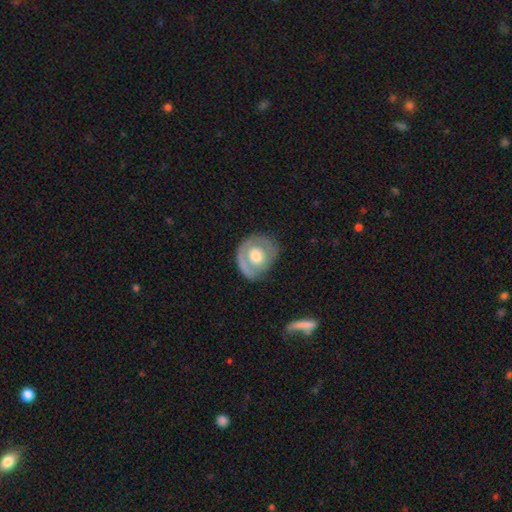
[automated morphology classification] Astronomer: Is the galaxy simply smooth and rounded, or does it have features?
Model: featured or disk — 55% (runner-up: smooth, 40%).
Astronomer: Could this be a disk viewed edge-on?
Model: no — 95%.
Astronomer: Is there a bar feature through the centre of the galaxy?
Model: no — 83%.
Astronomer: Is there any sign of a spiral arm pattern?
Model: no — 61% (runner-up: yes, 39%).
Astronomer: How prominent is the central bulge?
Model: moderate — 56% (runner-up: large, 33%).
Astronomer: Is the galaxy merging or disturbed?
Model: none — 70%.